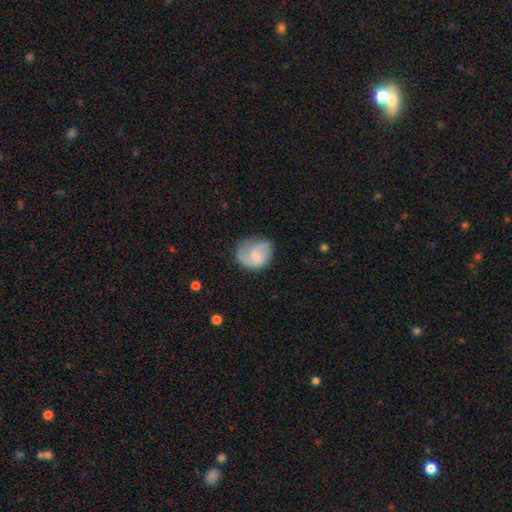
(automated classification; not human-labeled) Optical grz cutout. It shows a featured or disk galaxy (54%) with no bar (52%), spiral arms (84%) and a small central bulge (49%). Merging: none (55%).